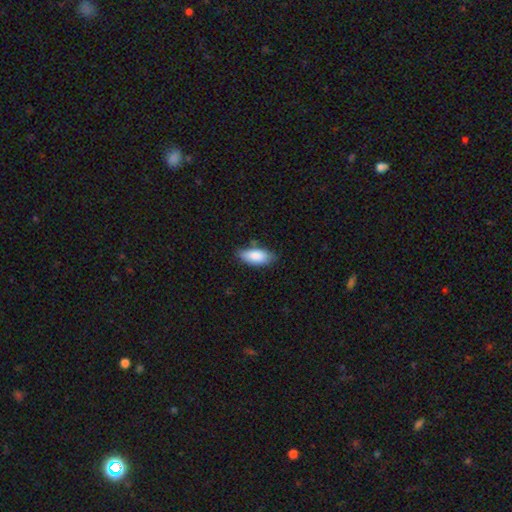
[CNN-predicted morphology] A smooth galaxy with no disk features (86%) that is in between round and cigar-shaped (89%). Merging: none (73%).